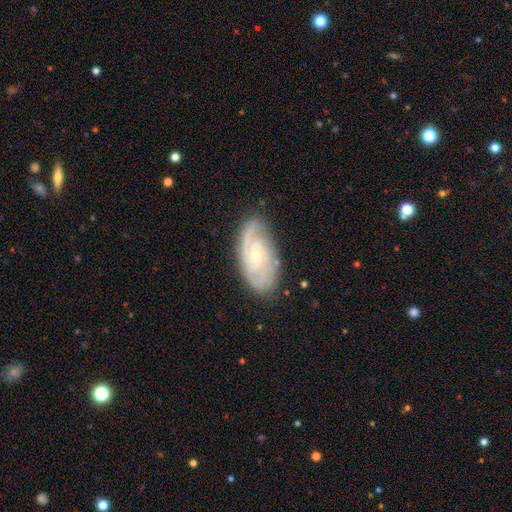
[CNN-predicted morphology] Q: Smooth or featured?
A: featured or disk (82%); runner-up: smooth (12%)
Q: Edge-on disk?
A: no (95%); runner-up: yes (5%)
Q: Bar?
A: no (56%); runner-up: weak (38%)
Q: Spiral arms?
A: yes (95%); runner-up: no (5%)
Q: Spiral winding?
A: tight (56%); runner-up: medium (35%)
Q: Spiral arm count?
A: 2 (51%); runner-up: can't tell (21%)
Q: Bulge size?
A: small (70%); runner-up: moderate (26%)
Q: Merging?
A: none (79%); runner-up: minor disturbance (16%)